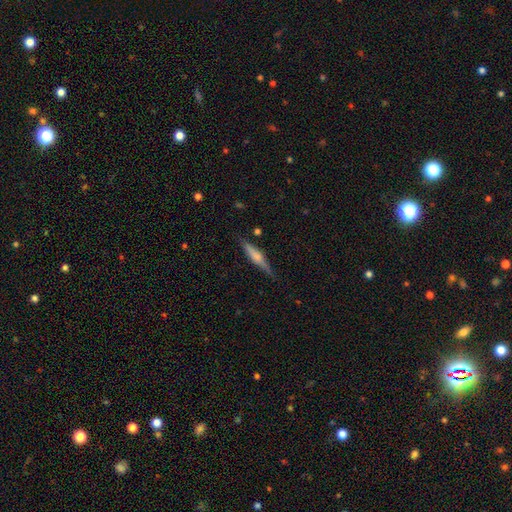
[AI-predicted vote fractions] A featured or disk galaxy (50%). Merging: none (82%).